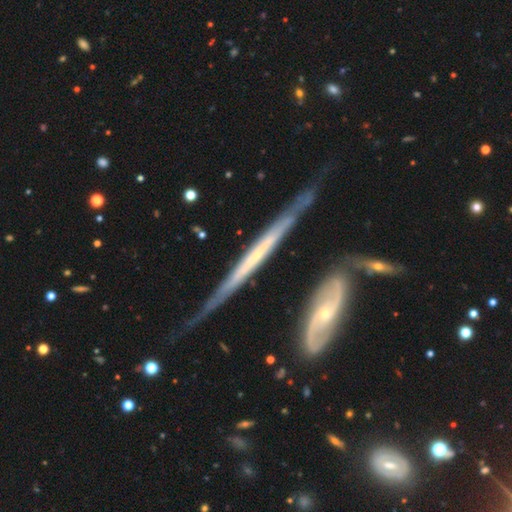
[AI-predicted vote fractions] Smooth or featured? featured or disk (79%)
Edge-on disk? yes (88%)
Edge-on bulge? none (71%)
Merging? none (63%)